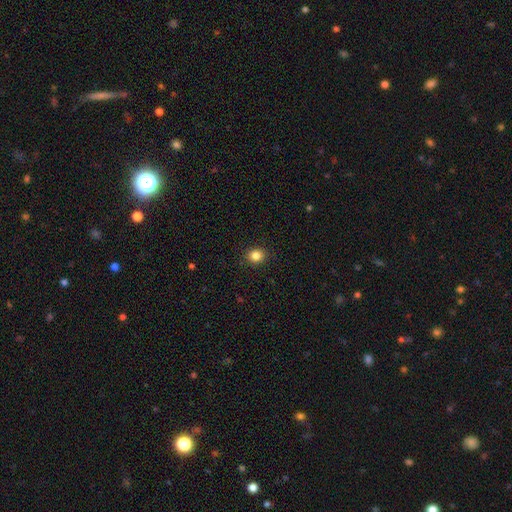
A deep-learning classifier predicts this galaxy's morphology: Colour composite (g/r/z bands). It shows a smooth galaxy with no disk features (84%) that is round (77%). Merging: none (91%).